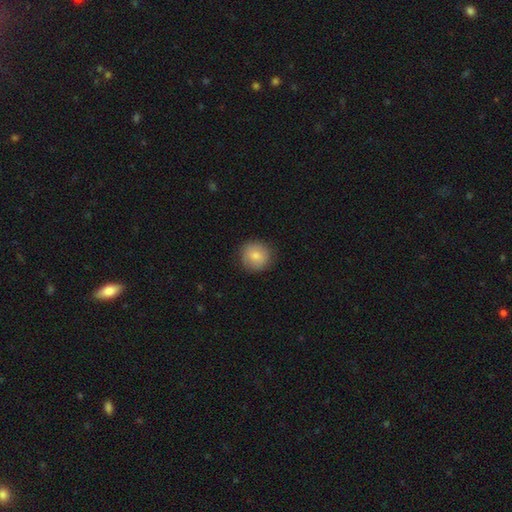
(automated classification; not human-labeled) Smooth or featured?
  - smooth: 81% *
  - featured or disk: 12%
  - star or artifact: 7%
How rounded?
  - round: 91% *
  - in between: 8%
  - cigar-shaped: 1%
Merging?
  - none: 86% *
  - minor disturbance: 10%
  - major disturbance: 3%
  - merger: 1%